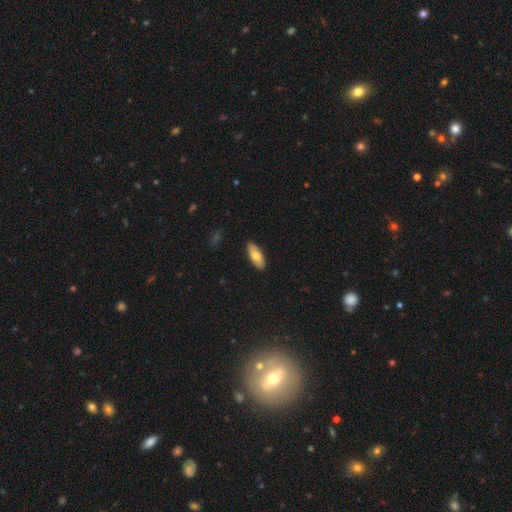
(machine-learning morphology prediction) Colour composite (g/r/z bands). It shows a smooth galaxy with no disk features (74%) that is in between round and cigar-shaped (76%). Merging: none (89%).